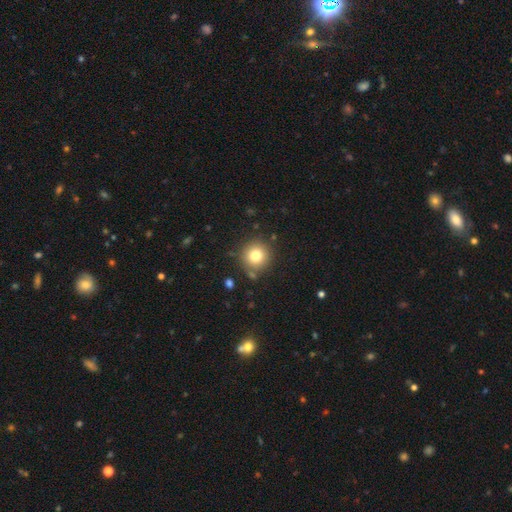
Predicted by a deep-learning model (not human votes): smooth 78%, star or artifact 12%, featured or disk 9%. Down the decision tree: how rounded — round (93%); merging — none (84%).